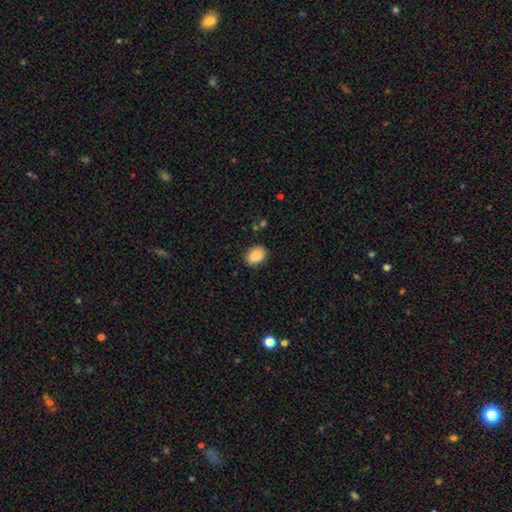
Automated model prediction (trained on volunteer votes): Smooth or featured? Predicted: smooth (p=0.89). How rounded? Predicted: in between (p=0.73). Merging? Predicted: none (p=0.85).